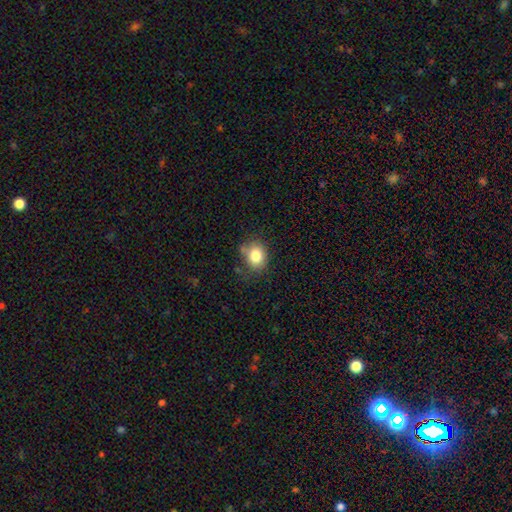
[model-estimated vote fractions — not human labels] Smooth or featured? Predicted: smooth (p=0.81). How rounded? Predicted: round (p=0.55). Merging? Predicted: none (p=0.69).